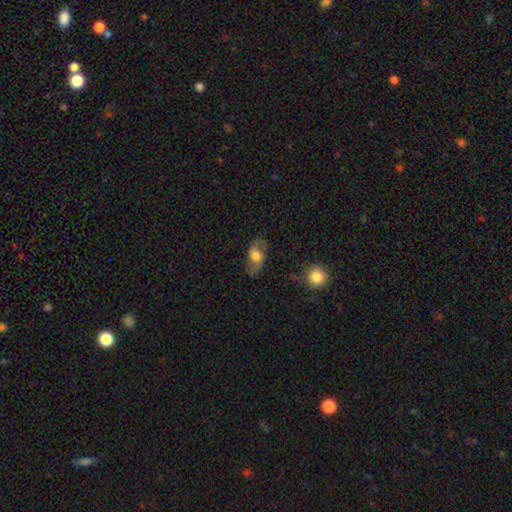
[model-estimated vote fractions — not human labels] The model was most divided on "smooth or featured": smooth: 48%, featured or disk: 44%, star or artifact: 8%. More confident: merging — none (68%).